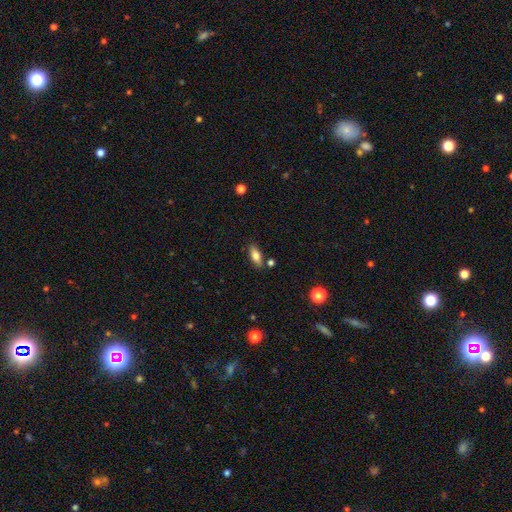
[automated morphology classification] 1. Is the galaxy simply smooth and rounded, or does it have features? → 75% smooth, 17% featured or disk, 8% star or artifact.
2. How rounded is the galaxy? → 80% in between, 16% cigar-shaped, 3% round.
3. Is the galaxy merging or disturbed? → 80% none, 12% minor disturbance, 5% merger, 3% major disturbance.